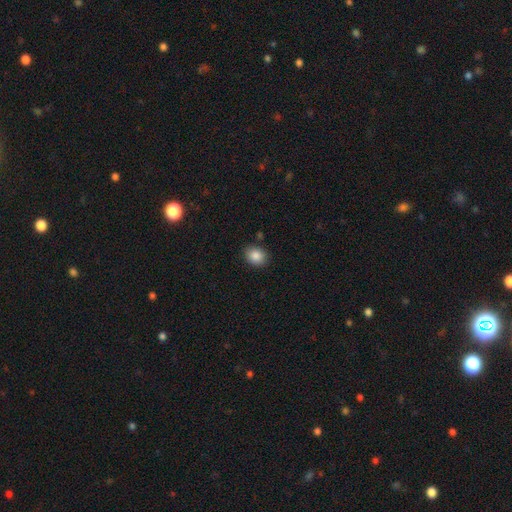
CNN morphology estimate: smooth-or-featured: smooth: 86% | star or artifact: 9% | featured or disk: 5%
  how-rounded: round: 51% | in between: 48% | cigar-shaped: 1%
  merging: none: 86% | minor disturbance: 9% | major disturbance: 2% | merger: 2%